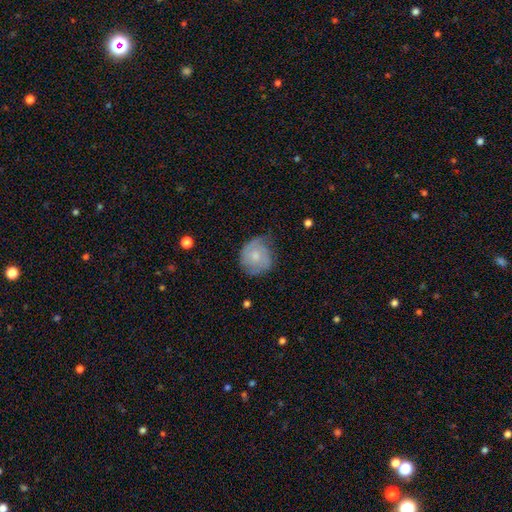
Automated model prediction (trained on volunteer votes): Smooth or featured? smooth (56%)
How rounded? round (83%)
Merging? none (51%)